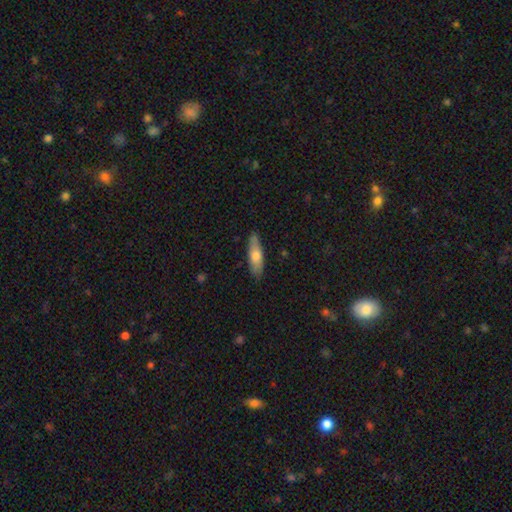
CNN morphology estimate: Q: Smooth or featured?
A: smooth (68%); runner-up: featured or disk (27%)
Q: How rounded?
A: cigar-shaped (57%); runner-up: in between (41%)
Q: Merging?
A: none (82%); runner-up: minor disturbance (14%)